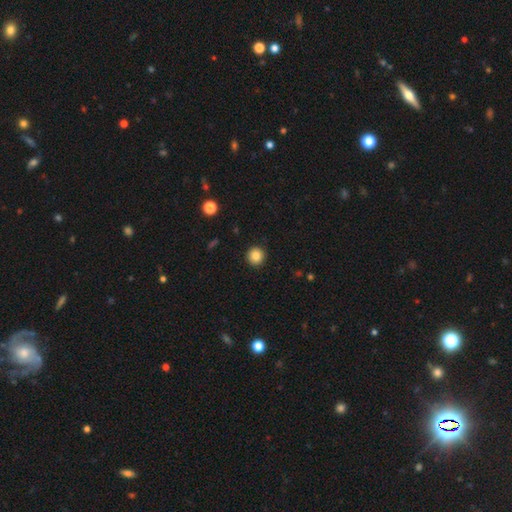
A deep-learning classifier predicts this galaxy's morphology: This appears to be a smooth galaxy with no disk features (85%) that is round (95%). Merging: none (93%).